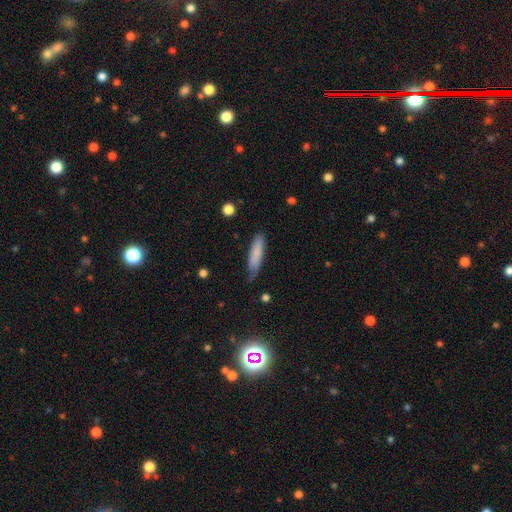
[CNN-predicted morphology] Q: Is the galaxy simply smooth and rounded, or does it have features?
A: smooth — 82%.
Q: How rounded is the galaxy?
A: cigar-shaped — 73%.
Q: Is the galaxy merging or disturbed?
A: none — 65%.